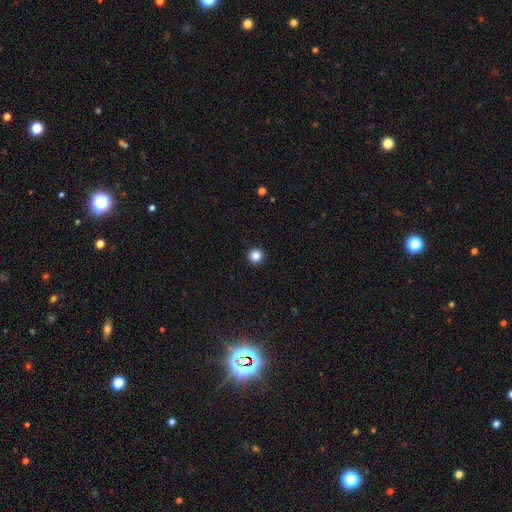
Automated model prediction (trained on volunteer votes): smooth_or_featured: smooth (p=0.85) [alt: star or artifact p=0.11]
how_rounded: round (p=0.97) [alt: in between p=0.02]
merging: none (p=0.94) [alt: minor disturbance p=0.04]